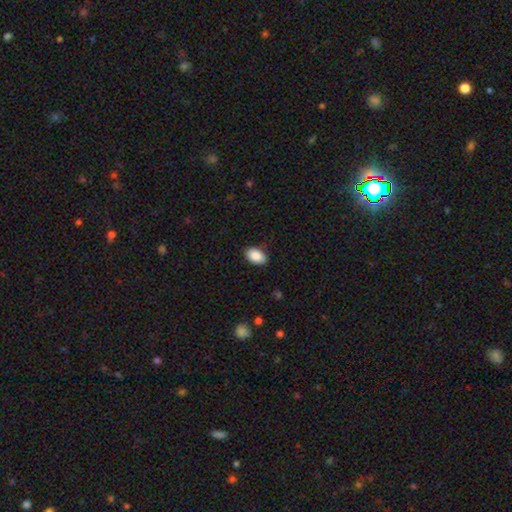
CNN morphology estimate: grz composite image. It shows a smooth galaxy with no disk features (89%) that is in between round and cigar-shaped (92%). Merging: none (86%).